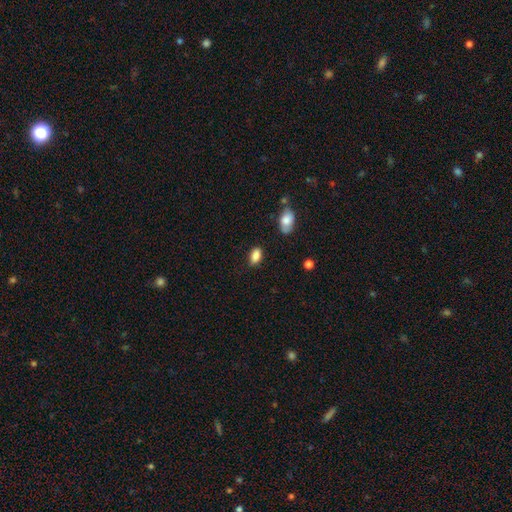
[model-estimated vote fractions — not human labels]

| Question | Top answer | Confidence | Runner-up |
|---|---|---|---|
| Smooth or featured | smooth | 87% | star or artifact (8%) |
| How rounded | in between | 90% | round (6%) |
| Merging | none | 77% | minor disturbance (17%) |